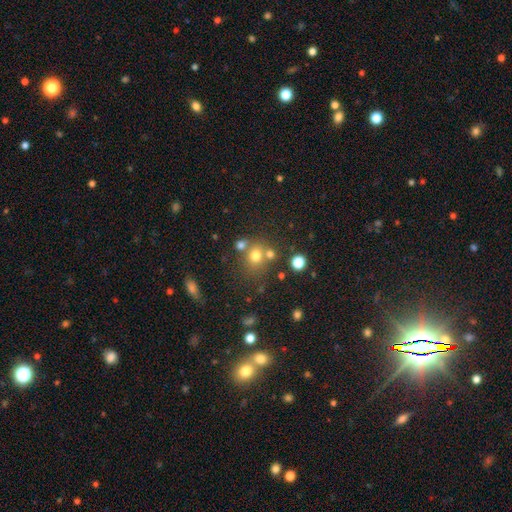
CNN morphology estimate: smooth 71%, star or artifact 17%, featured or disk 12%. Down the decision tree: how rounded — round (76%); merging — none (58%).